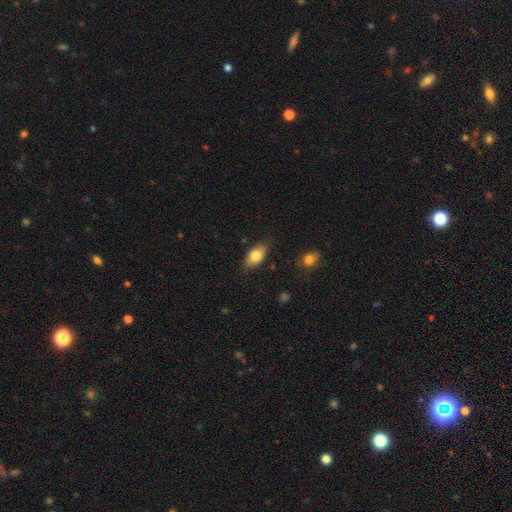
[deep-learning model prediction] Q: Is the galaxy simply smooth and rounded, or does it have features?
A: smooth — 79%.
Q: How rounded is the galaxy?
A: in between — 90%.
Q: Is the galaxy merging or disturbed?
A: none — 81%.